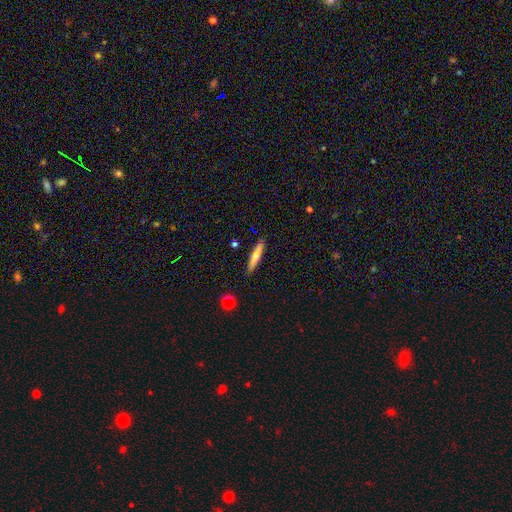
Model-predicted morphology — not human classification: smooth-or-featured: smooth: 55% | featured or disk: 39% | star or artifact: 7%
  how-rounded: cigar-shaped: 89% | in between: 9% | round: 2%
  merging: none: 85% | minor disturbance: 10% | merger: 3% | major disturbance: 2%